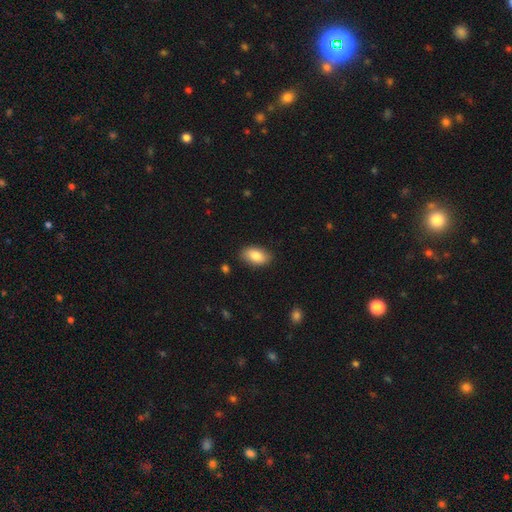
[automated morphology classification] The model was most divided on "smooth or featured": smooth: 84%, featured or disk: 9%, star or artifact: 7%. More confident: how rounded — in between (92%); merging — none (86%).